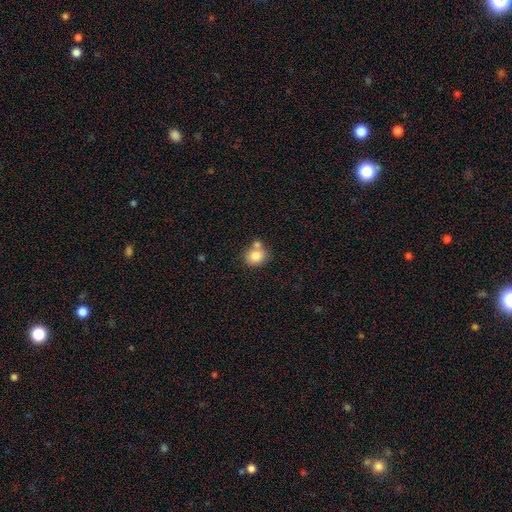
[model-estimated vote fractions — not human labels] Overall: smooth (80%). How rounded: round (73%). Merging: none (51%; merger 34%).